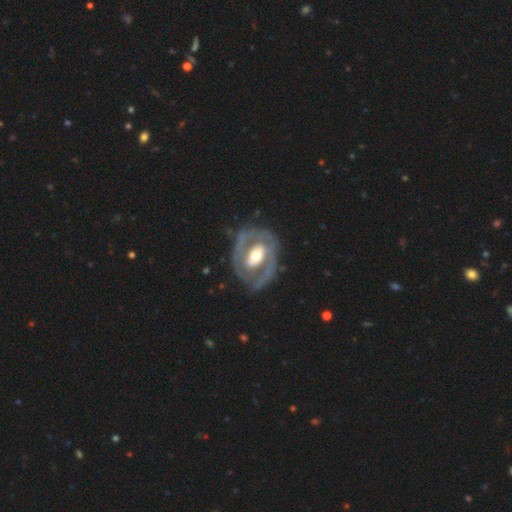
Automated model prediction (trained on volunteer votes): Q: Smooth or featured?
A: featured or disk (74%); runner-up: smooth (22%)
Q: Edge-on disk?
A: no (95%); runner-up: yes (5%)
Q: Bar?
A: no (45%); runner-up: weak (30%)
Q: Spiral arms?
A: no (54%); runner-up: yes (46%)
Q: Bulge size?
A: moderate (63%); runner-up: large (23%)
Q: Merging?
A: none (67%); runner-up: minor disturbance (20%)